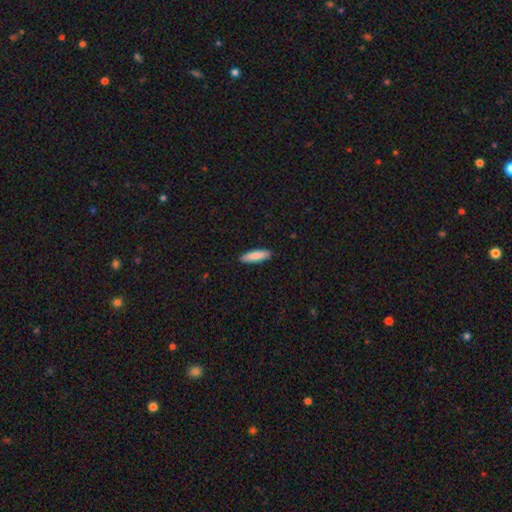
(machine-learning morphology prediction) A smooth galaxy with no disk features (86%) that is cigar-shaped (62%).

Vote fractions:
- Smooth or featured? smooth: 86% / featured or disk: 9% / star or artifact: 5%
- How rounded? cigar-shaped: 62% / in between: 37% / round: 1%
- Merging? none: 90% / minor disturbance: 7% / major disturbance: 1% / merger: 1%